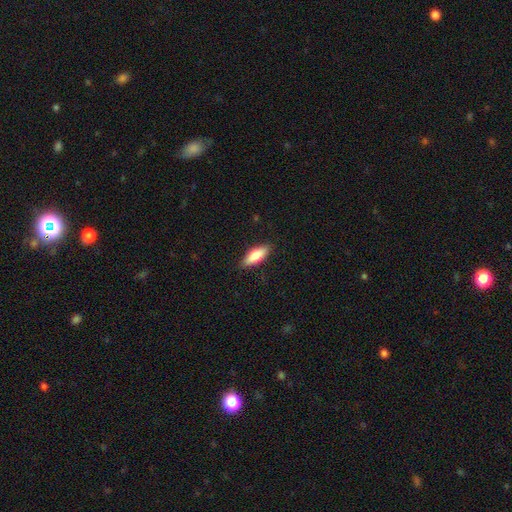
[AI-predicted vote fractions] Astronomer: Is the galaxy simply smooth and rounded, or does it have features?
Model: smooth — 75%.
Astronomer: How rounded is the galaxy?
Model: in between — 67%.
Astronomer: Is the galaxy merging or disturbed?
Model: none — 87%.